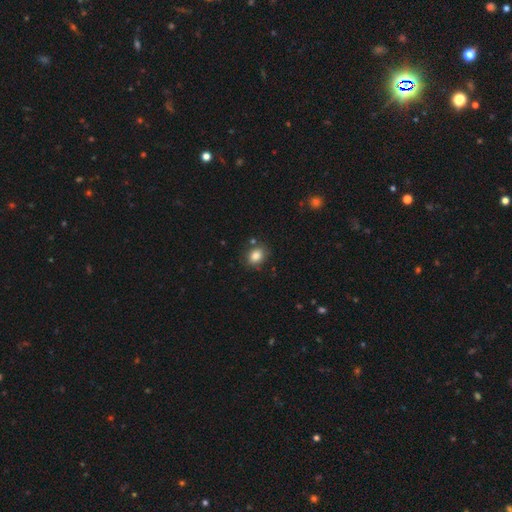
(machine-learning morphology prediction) Smooth or featured? Predicted: smooth (p=0.84). How rounded? Predicted: round (p=0.50). Merging? Predicted: none (p=0.78).